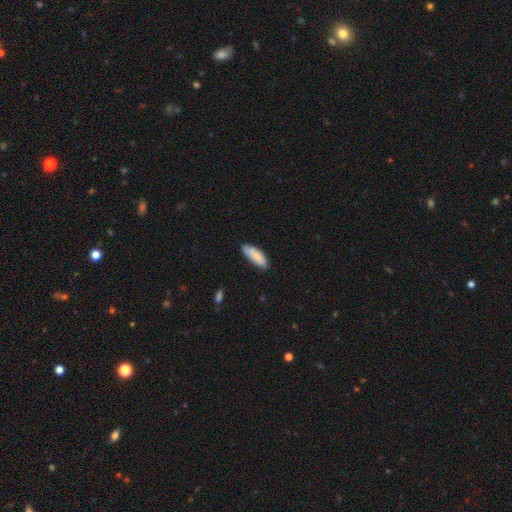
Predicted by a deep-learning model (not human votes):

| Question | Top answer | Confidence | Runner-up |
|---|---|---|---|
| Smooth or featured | smooth | 84% | featured or disk (10%) |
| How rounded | in between | 54% | cigar-shaped (45%) |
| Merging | none | 77% | minor disturbance (18%) |